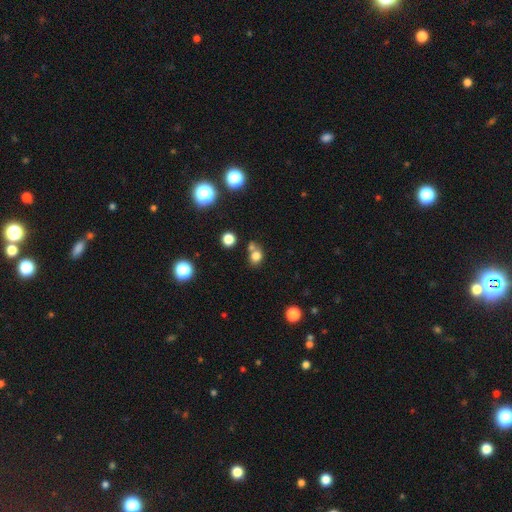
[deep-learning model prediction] smooth 77%, star or artifact 15%, featured or disk 8%. Down the decision tree: how rounded — round (59%); merging — none (51%).